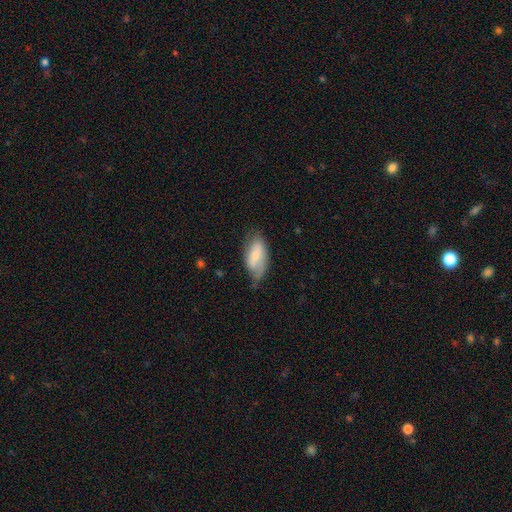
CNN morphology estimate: smooth_or_featured: smooth (p=0.58) [alt: featured or disk p=0.36]
how_rounded: in between (p=0.91) [alt: cigar-shaped p=0.06]
merging: none (p=0.51) [alt: minor disturbance p=0.35]